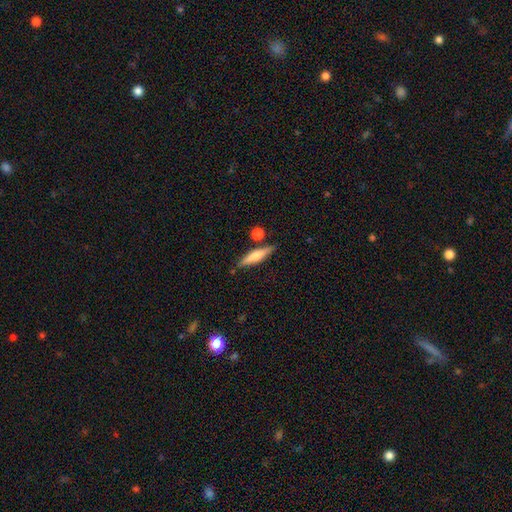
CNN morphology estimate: Smooth or featured?
  - smooth: 56% *
  - featured or disk: 38%
  - star or artifact: 7%
How rounded?
  - cigar-shaped: 81% *
  - in between: 16%
  - round: 2%
Merging?
  - none: 78% *
  - minor disturbance: 12%
  - merger: 8%
  - major disturbance: 3%